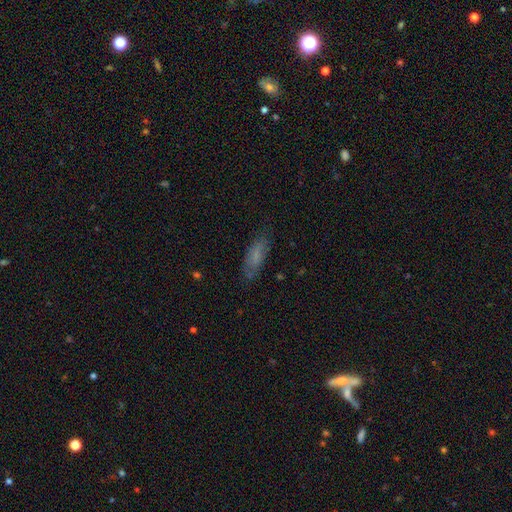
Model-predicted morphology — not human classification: smooth-or-featured: smooth: 67% | featured or disk: 24% | star or artifact: 10%
  how-rounded: in between: 53% | cigar-shaped: 44% | round: 2%
  merging: none: 74% | minor disturbance: 19% | major disturbance: 6% | merger: 2%